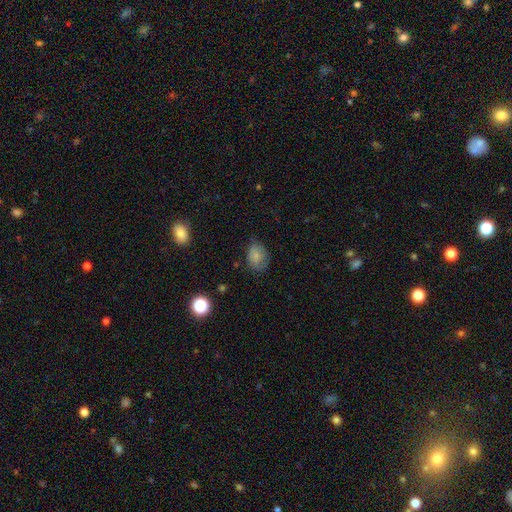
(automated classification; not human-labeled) A smooth galaxy with no disk features (76%) that is in between round and cigar-shaped (67%).

Vote fractions:
- Smooth or featured? smooth: 76% / featured or disk: 14% / star or artifact: 10%
- How rounded? in between: 67% / round: 32% / cigar-shaped: 1%
- Merging? none: 63% / minor disturbance: 27% / major disturbance: 8% / merger: 1%